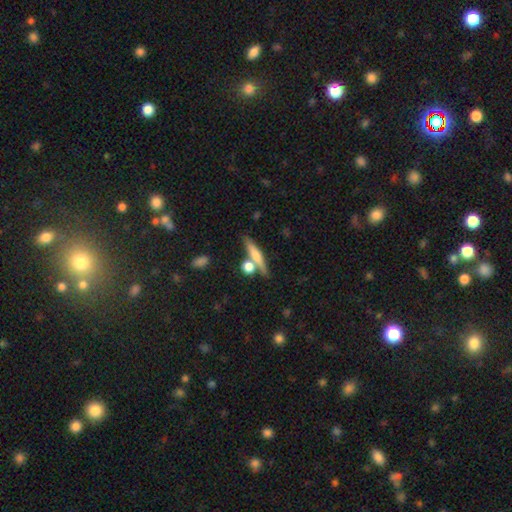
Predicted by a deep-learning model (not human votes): smooth-or-featured: smooth: 57% | featured or disk: 35% | star or artifact: 8%
  how-rounded: cigar-shaped: 75% | in between: 17% | round: 9%
  merging: none: 64% | merger: 22% | minor disturbance: 10% | major disturbance: 4%